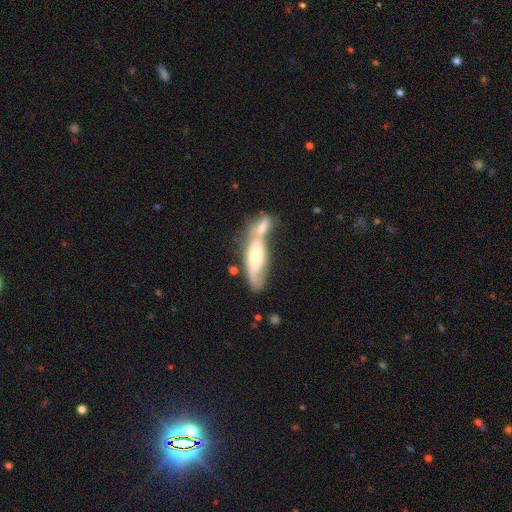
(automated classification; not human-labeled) featured or disk 48%, smooth 46%, star or artifact 6%. Down the decision tree: merging — merger (57%).